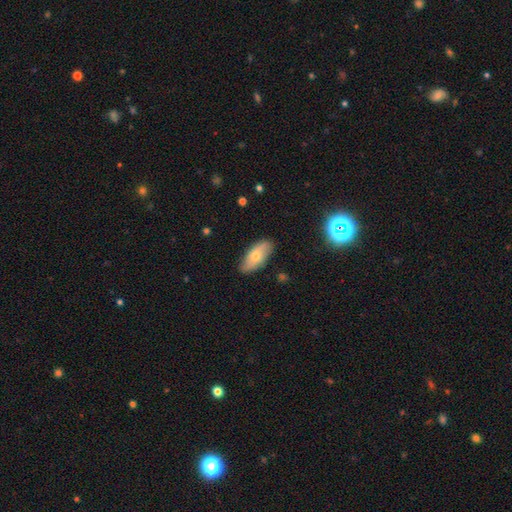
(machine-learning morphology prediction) smooth 65%, featured or disk 28%, star or artifact 7%. Down the decision tree: how rounded — in between (88%); merging — none (82%).